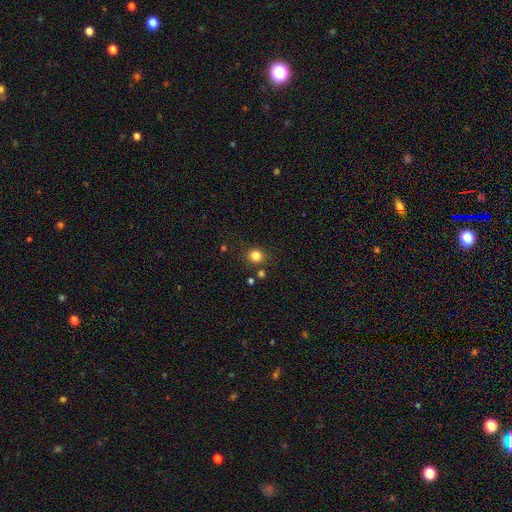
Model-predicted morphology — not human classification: smooth-or-featured: smooth: 82% | star or artifact: 13% | featured or disk: 5%
  how-rounded: round: 86% | in between: 13% | cigar-shaped: 1%
  merging: none: 82% | minor disturbance: 10% | merger: 5% | major disturbance: 3%